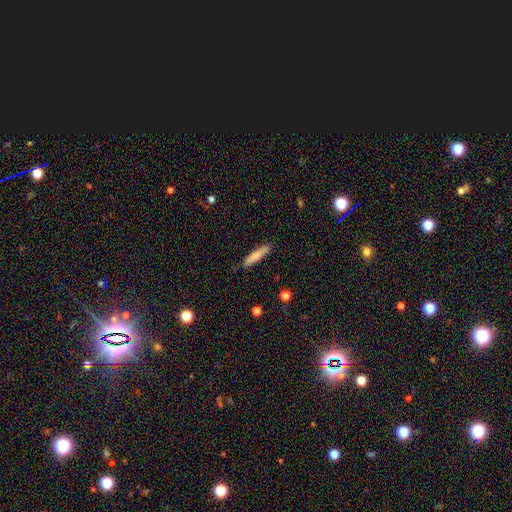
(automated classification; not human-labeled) smooth 75%, featured or disk 18%, star or artifact 6%. Down the decision tree: how rounded — cigar-shaped (88%); merging — none (87%).